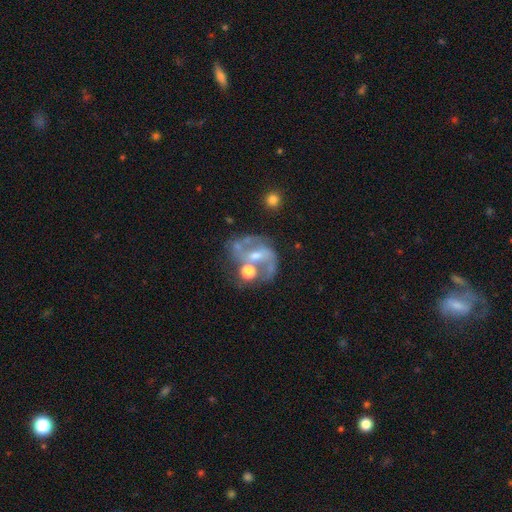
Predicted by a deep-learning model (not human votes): Smooth or featured? featured or disk (77%)
Edge-on disk? no (97%)
Bar? weak (40%)
Spiral arms? yes (79%)
Spiral winding? medium (47%)
Spiral arm count? 2 (76%)
Bulge size? moderate (45%)
Merging? none (42%)